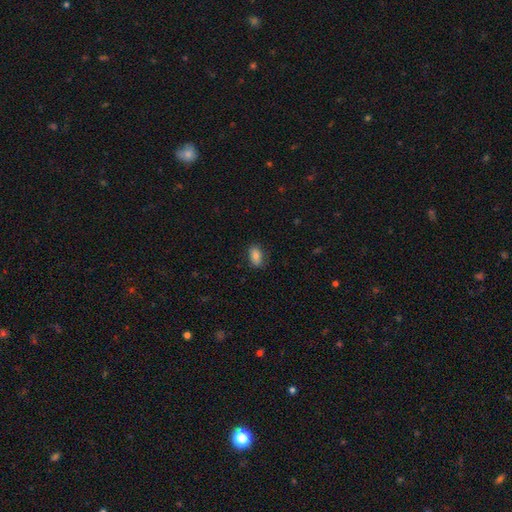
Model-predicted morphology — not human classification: Smooth or featured: smooth — 81% (featured or disk — 11%)
How rounded: in between — 88% (round — 9%)
Merging: none — 81% (minor disturbance — 15%)